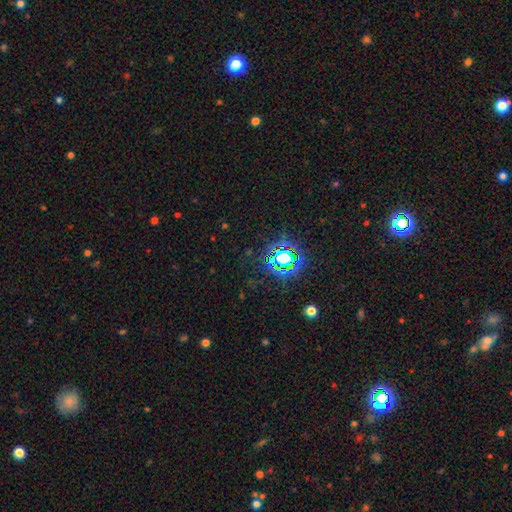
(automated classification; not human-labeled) Smooth or featured? star or artifact (81%)